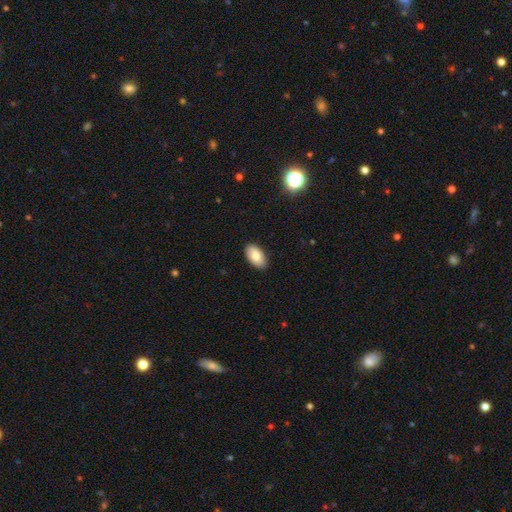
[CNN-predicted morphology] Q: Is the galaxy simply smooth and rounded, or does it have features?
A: smooth — 83%.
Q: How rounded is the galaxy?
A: in between — 95%.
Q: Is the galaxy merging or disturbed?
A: none — 88%.